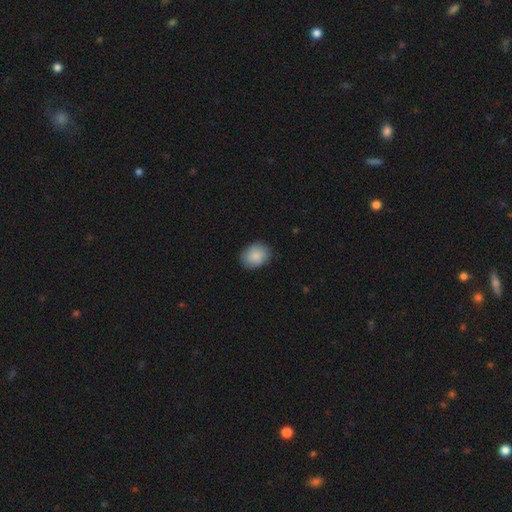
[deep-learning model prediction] Morphology: type=smooth (87%); roundness=in between (54%); merging=none (82%).